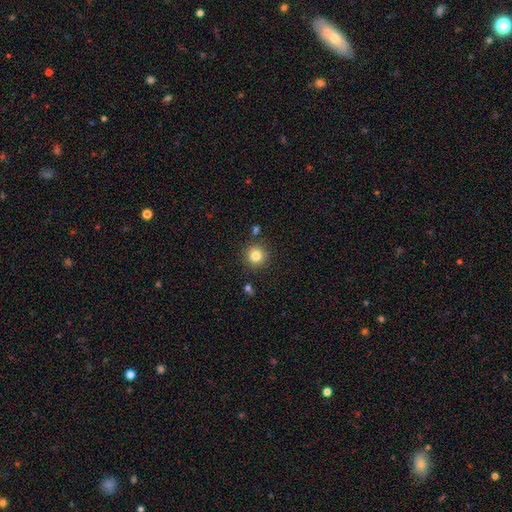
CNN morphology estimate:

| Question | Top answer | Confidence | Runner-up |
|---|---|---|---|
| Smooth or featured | smooth | 82% | star or artifact (12%) |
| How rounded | round | 94% | in between (5%) |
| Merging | none | 86% | minor disturbance (7%) |